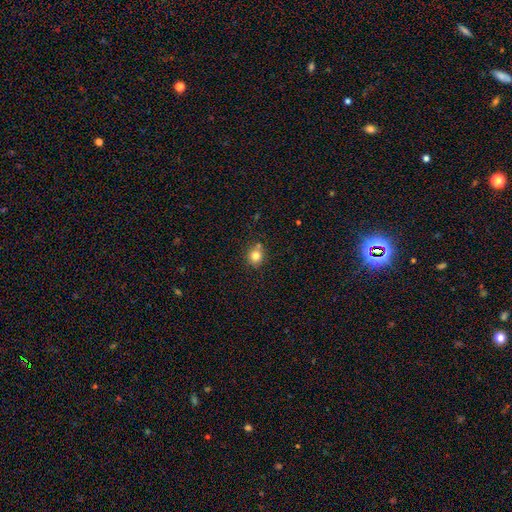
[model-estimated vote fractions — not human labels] smooth-or-featured: smooth: 80% | star or artifact: 12% | featured or disk: 8%
  how-rounded: round: 82% | in between: 17% | cigar-shaped: 1%
  merging: none: 71% | minor disturbance: 14% | merger: 13% | major disturbance: 3%